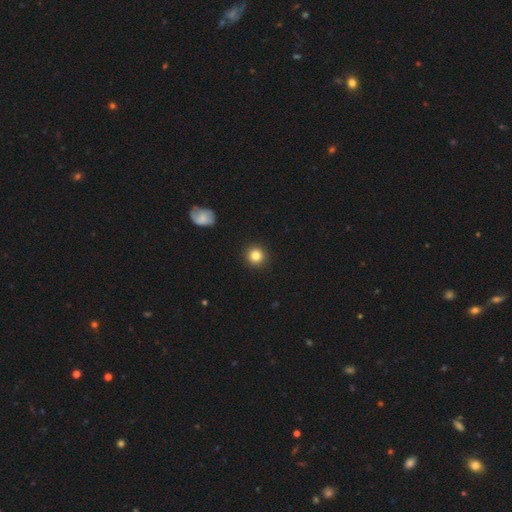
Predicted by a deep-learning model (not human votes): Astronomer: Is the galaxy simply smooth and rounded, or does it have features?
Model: smooth — 84%.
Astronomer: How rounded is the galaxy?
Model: round — 94%.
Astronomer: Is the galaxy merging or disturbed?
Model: none — 92%.